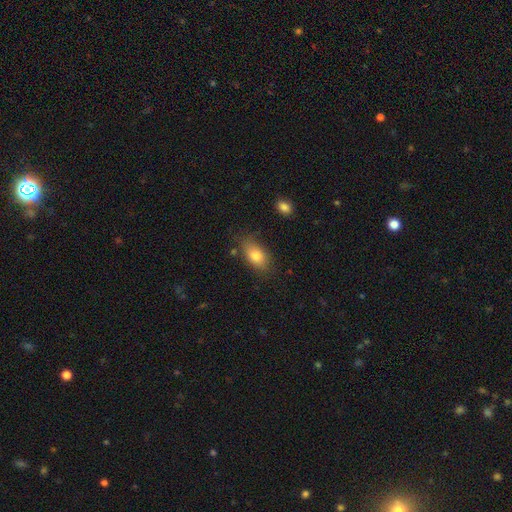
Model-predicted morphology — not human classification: type=smooth (81%); roundness=in between (88%); merging=none (75%).